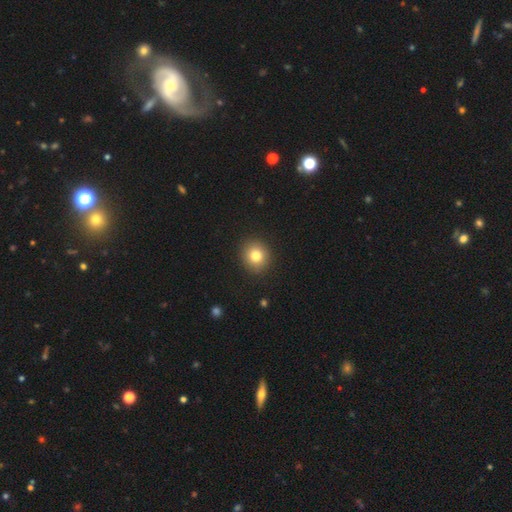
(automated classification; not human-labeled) smooth 81%, star or artifact 10%, featured or disk 9%. Down the decision tree: how rounded — round (83%); merging — none (91%).